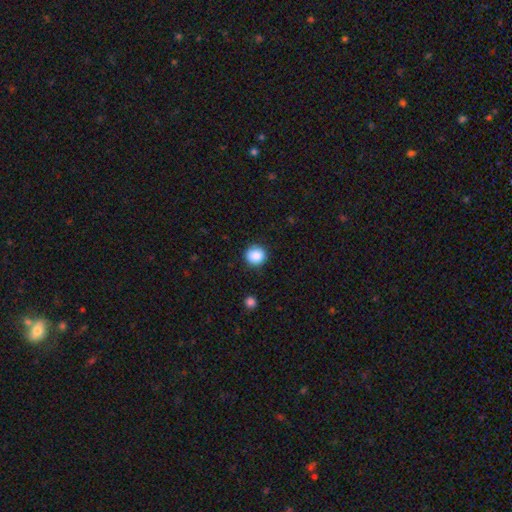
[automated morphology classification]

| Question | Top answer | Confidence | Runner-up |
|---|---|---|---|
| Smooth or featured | smooth | 87% | star or artifact (9%) |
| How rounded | round | 92% | in between (7%) |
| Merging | none | 90% | minor disturbance (6%) |